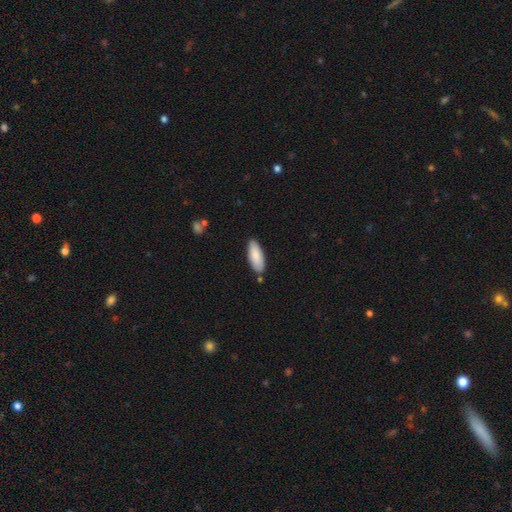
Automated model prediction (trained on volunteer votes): Q: Smooth or featured?
A: smooth (86%); runner-up: featured or disk (9%)
Q: How rounded?
A: in between (75%); runner-up: cigar-shaped (24%)
Q: Merging?
A: none (81%); runner-up: minor disturbance (13%)